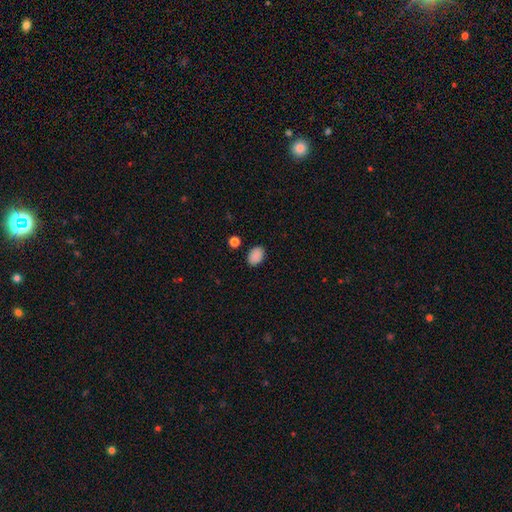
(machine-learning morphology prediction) This appears to be a smooth galaxy with no disk features (88%) that is in between round and cigar-shaped (82%). Merging: none (86%).